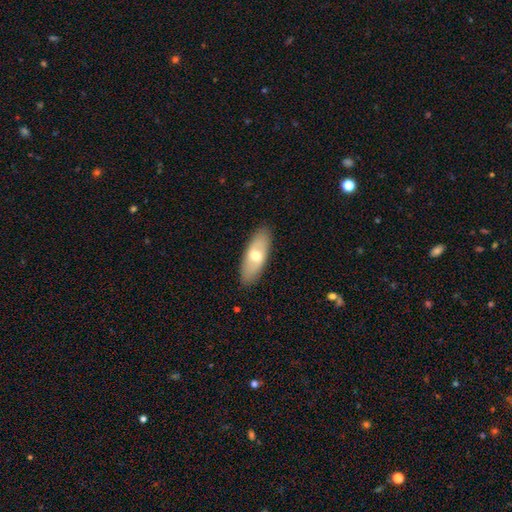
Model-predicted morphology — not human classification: smooth_or_featured: smooth (p=0.59) [alt: featured or disk p=0.35]
how_rounded: in between (p=0.75) [alt: cigar-shaped p=0.22]
merging: none (p=0.88) [alt: minor disturbance p=0.09]